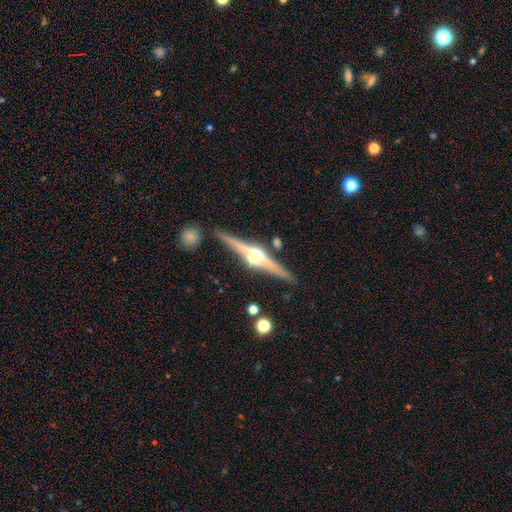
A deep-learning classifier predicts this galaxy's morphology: Smooth or featured?
  - featured or disk: 86% *
  - smooth: 9%
  - star or artifact: 5%
Edge-on disk?
  - yes: 98% *
  - no: 2%
Edge-on bulge?
  - rounded: 95% *
  - boxy: 4%
  - none: 1%
Merging?
  - none: 88% *
  - minor disturbance: 8%
  - merger: 3%
  - major disturbance: 2%